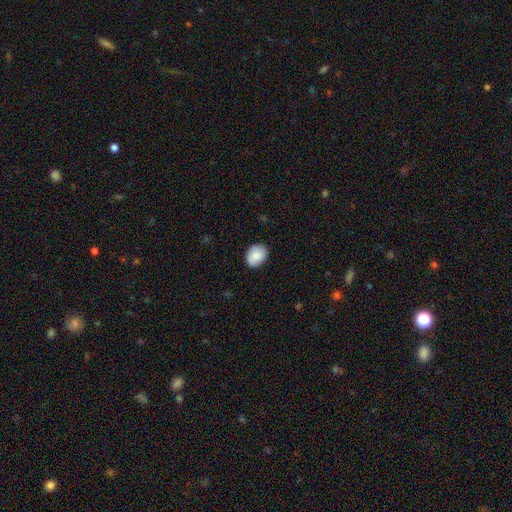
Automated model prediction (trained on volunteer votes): This appears to be a smooth galaxy with no disk features (85%) that is in between round and cigar-shaped (56%). Merging: none (85%).